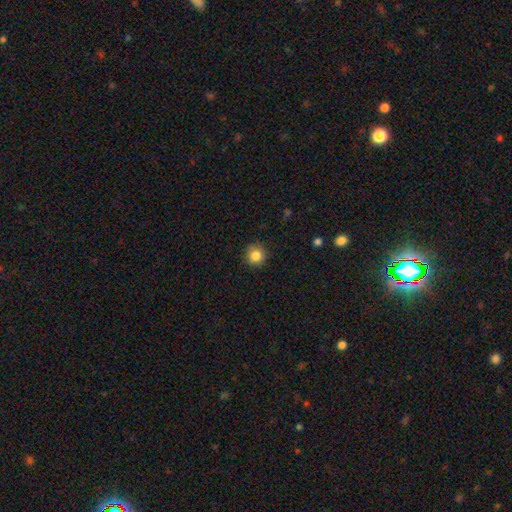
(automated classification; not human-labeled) This is clearly a smooth galaxy (84%). How rounded: clearly round (94%). Merging: clearly none (90%).